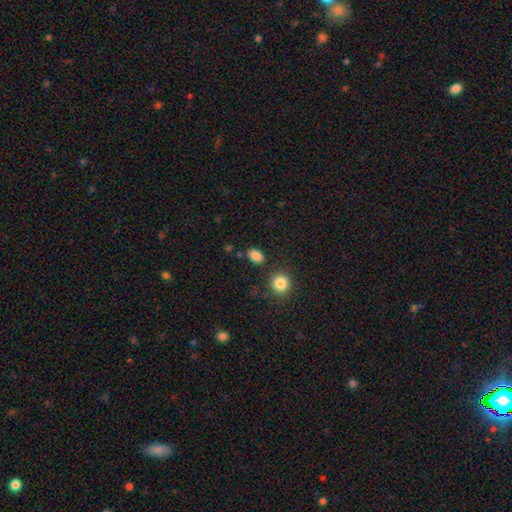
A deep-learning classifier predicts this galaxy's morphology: A smooth galaxy with no disk features (86%) that is in between round and cigar-shaped (76%). Merging: none (80%).